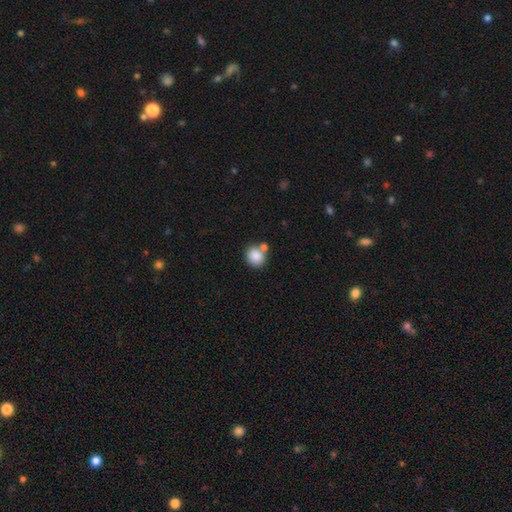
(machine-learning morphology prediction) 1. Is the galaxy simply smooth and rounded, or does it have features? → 85% smooth, 8% star or artifact, 6% featured or disk.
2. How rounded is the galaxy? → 78% round, 21% in between, 1% cigar-shaped.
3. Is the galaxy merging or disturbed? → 58% none, 27% merger, 11% minor disturbance, 3% major disturbance.